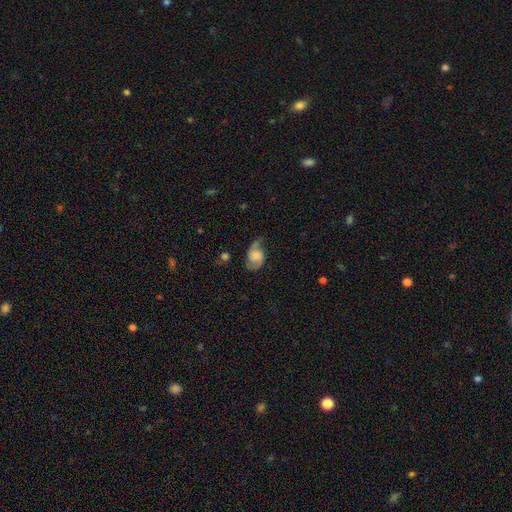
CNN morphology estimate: Q: Smooth or featured?
A: featured or disk (60%); runner-up: smooth (31%)
Q: Edge-on disk?
A: no (96%); runner-up: yes (4%)
Q: Bar?
A: no (66%); runner-up: weak (28%)
Q: Spiral arms?
A: yes (90%); runner-up: no (10%)
Q: Spiral winding?
A: loose (47%); runner-up: medium (38%)
Q: Spiral arm count?
A: 2 (82%); runner-up: 1 (9%)
Q: Bulge size?
A: none (37%); runner-up: large (26%)
Q: Merging?
A: none (53%); runner-up: minor disturbance (28%)